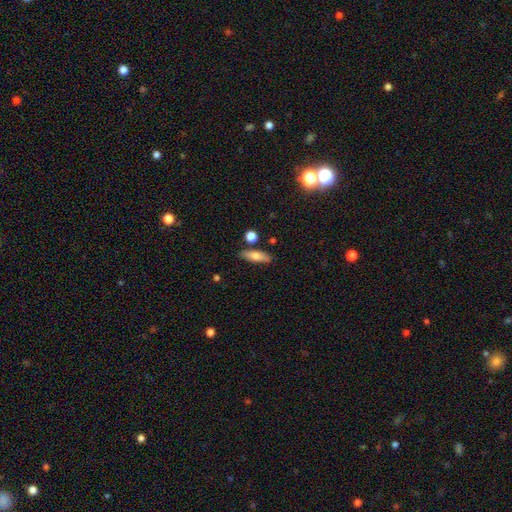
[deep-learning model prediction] This is likely a smooth galaxy (73%). How rounded: possibly cigar-shaped (50%). Merging: clearly none (81%).